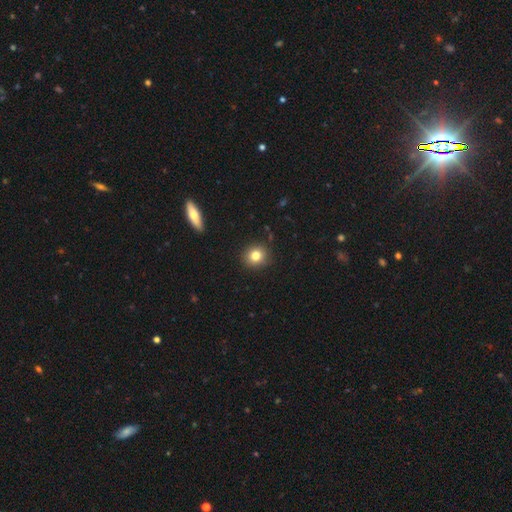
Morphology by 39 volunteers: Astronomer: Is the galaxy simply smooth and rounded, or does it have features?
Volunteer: smooth — 92%.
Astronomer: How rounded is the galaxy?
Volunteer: round — 92%.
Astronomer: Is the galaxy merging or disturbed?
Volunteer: none — 87%.